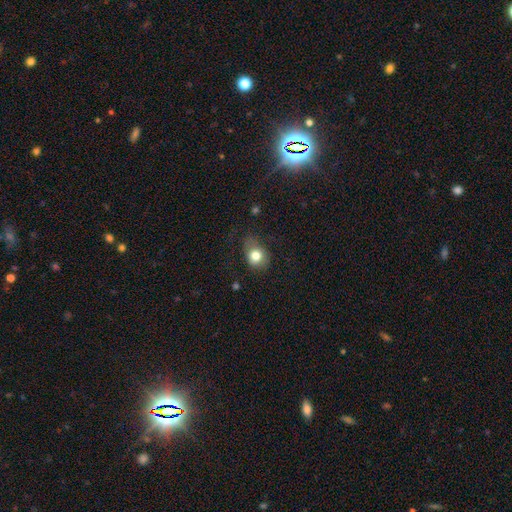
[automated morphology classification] smooth_or_featured: smooth (p=0.79) [alt: featured or disk p=0.11]
how_rounded: round (p=0.57) [alt: in between p=0.42]
merging: none (p=0.58) [alt: minor disturbance p=0.28]